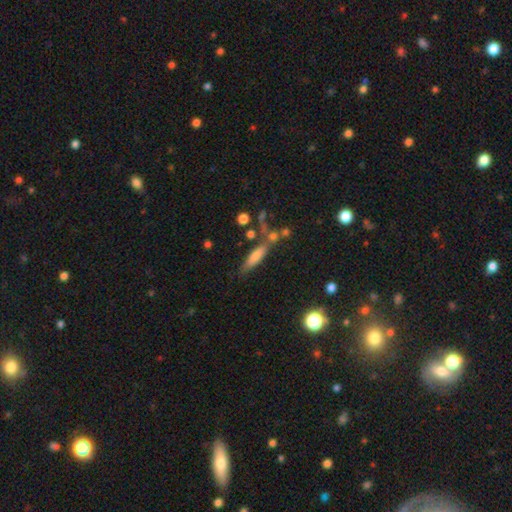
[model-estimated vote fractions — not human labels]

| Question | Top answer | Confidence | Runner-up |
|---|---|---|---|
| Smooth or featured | smooth | 62% | featured or disk (28%) |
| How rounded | cigar-shaped | 69% | in between (28%) |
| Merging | none | 58% | merger (18%) |